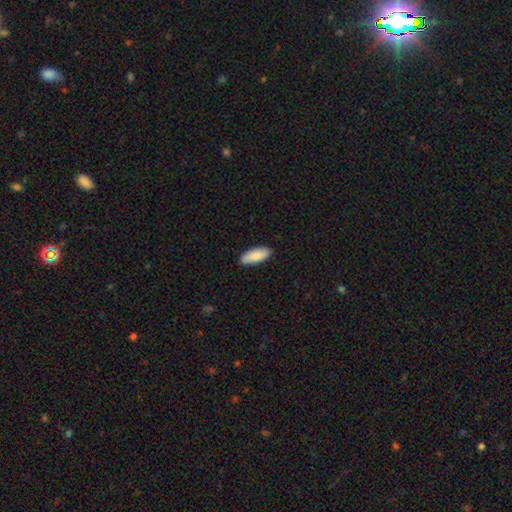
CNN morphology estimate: Smooth or featured: smooth — 87% (featured or disk — 8%)
How rounded: in between — 81% (cigar-shaped — 17%)
Merging: none — 89% (minor disturbance — 9%)